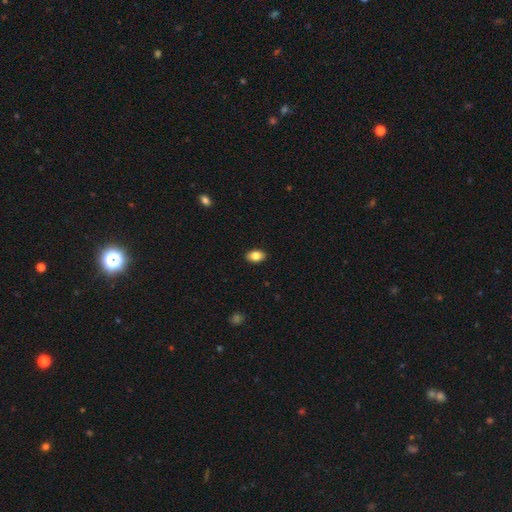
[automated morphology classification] Smooth or featured?
  - smooth: 83% *
  - featured or disk: 9%
  - star or artifact: 8%
How rounded?
  - in between: 86% *
  - round: 13%
  - cigar-shaped: 1%
Merging?
  - none: 90% *
  - minor disturbance: 7%
  - major disturbance: 2%
  - merger: 1%